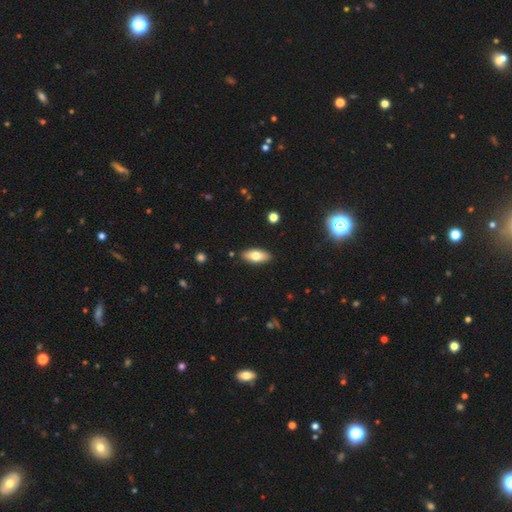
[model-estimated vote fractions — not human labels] Smooth or featured? smooth (73%)
How rounded? in between (83%)
Merging? none (88%)